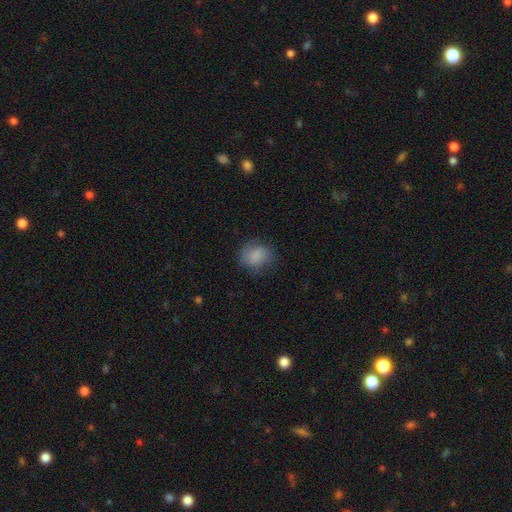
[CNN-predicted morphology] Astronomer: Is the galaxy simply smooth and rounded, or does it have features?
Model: smooth — 78%.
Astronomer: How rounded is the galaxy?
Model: round — 62%.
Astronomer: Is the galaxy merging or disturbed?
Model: none — 68%.